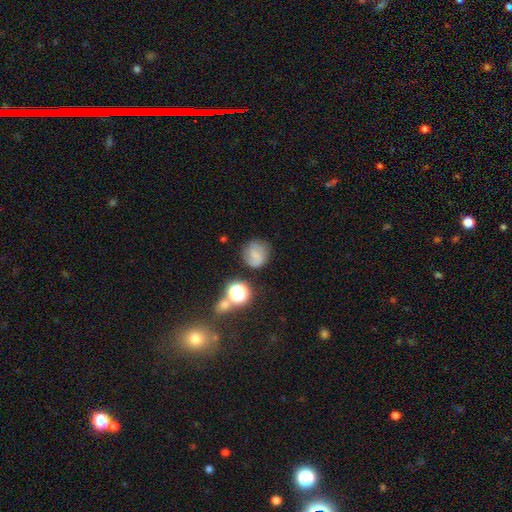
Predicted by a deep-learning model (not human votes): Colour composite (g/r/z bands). It shows a smooth galaxy with no disk features (55%) that is round (84%). Merging: none (71%).